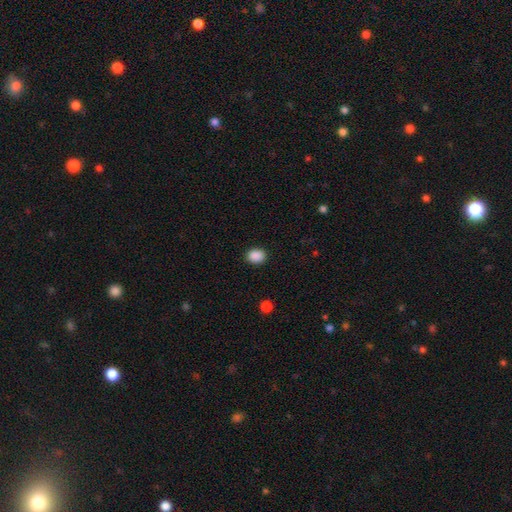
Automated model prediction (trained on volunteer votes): smooth_or_featured: smooth (p=0.89) [alt: star or artifact p=0.09]
how_rounded: round (p=0.54) [alt: in between p=0.45]
merging: none (p=0.90) [alt: minor disturbance p=0.07]